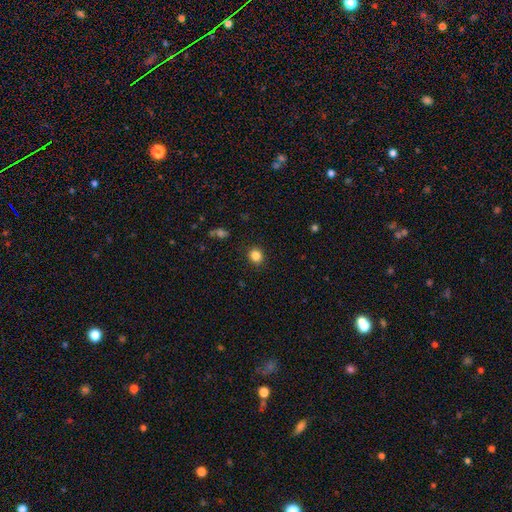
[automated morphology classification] Smooth or featured?
  - smooth: 84% *
  - star or artifact: 11%
  - featured or disk: 4%
How rounded?
  - round: 79% *
  - in between: 20%
  - cigar-shaped: 1%
Merging?
  - none: 90% *
  - minor disturbance: 7%
  - major disturbance: 2%
  - merger: 1%